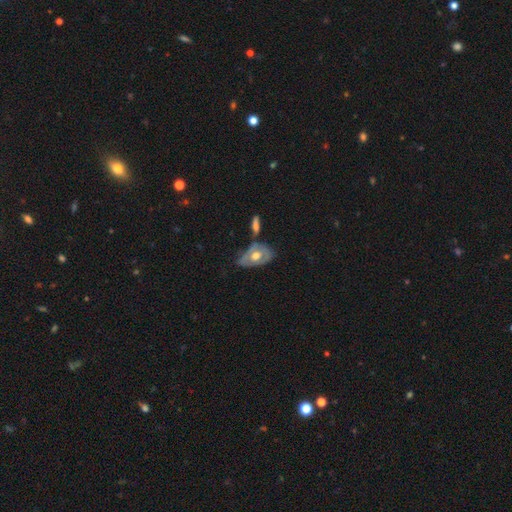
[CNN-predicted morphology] The model was most divided on "smooth or featured": featured or disk: 55%, smooth: 40%, star or artifact: 6%. Remaining: edge-on disk — no (87%); merging — none (42%).